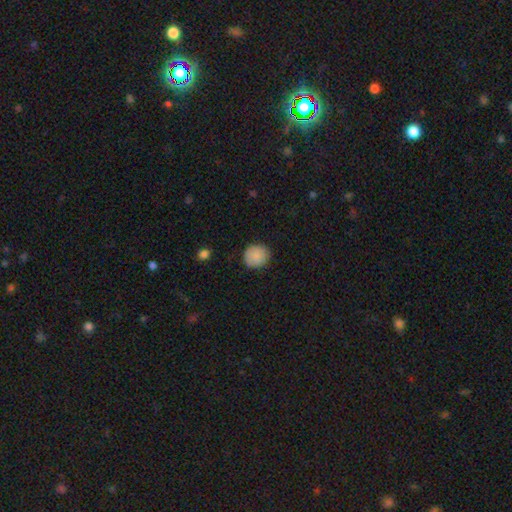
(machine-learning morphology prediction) smooth 86%, star or artifact 7%, featured or disk 7%. Down the decision tree: how rounded — round (87%); merging — none (84%).